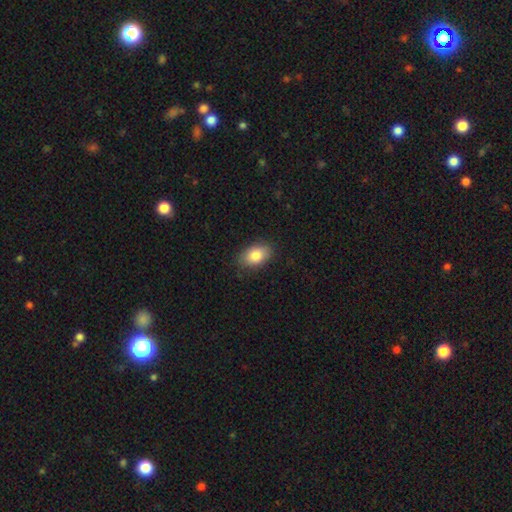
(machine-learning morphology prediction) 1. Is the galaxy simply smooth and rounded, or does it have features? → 84% smooth, 9% featured or disk, 7% star or artifact.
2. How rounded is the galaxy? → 90% in between, 9% round, 2% cigar-shaped.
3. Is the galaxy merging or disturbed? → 85% none, 11% minor disturbance, 3% major disturbance, 1% merger.